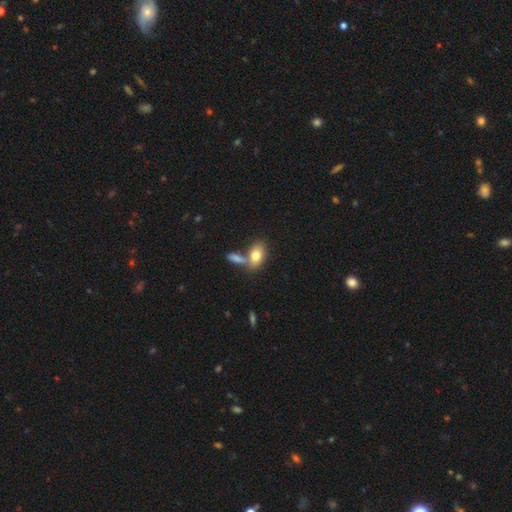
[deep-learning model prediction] The model was most divided on "merging": none: 49%, merger: 36%, minor disturbance: 11%, major disturbance: 4%. More confident: how rounded — in between (87%); smooth or featured — smooth (77%).